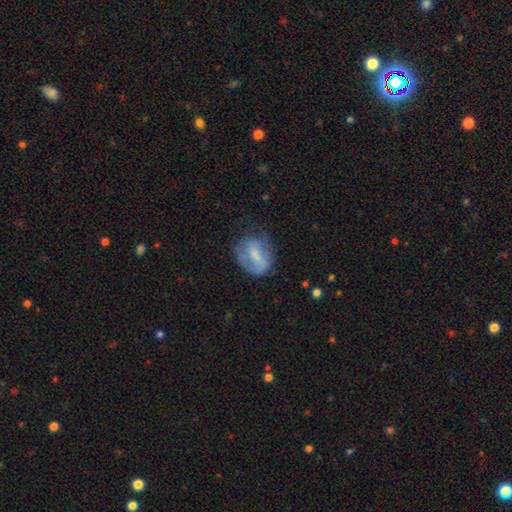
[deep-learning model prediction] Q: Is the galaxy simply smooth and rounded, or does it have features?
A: smooth — 55%.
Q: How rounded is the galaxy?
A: in between — 53%.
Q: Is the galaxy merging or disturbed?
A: none — 50%.